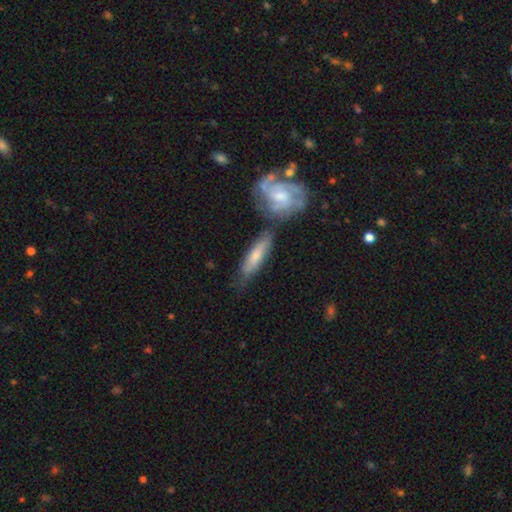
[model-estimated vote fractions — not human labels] A featured or disk galaxy (48%).

Vote fractions:
- Smooth or featured? featured or disk: 48% / smooth: 46% / star or artifact: 6%
- Merging? none: 59% / merger: 18% / minor disturbance: 17% / major disturbance: 6%